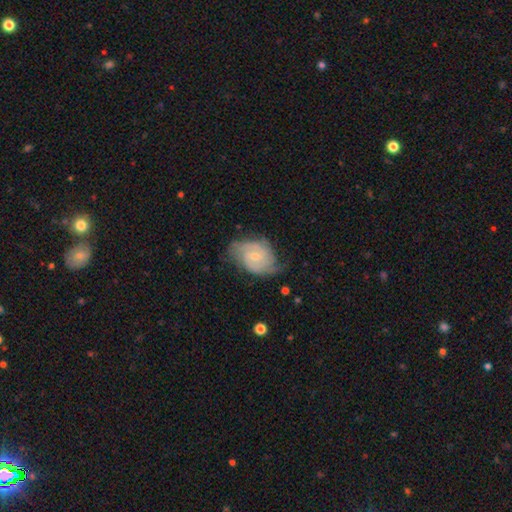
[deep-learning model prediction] Smooth or featured? Predicted: featured or disk (p=0.79). Edge-on disk? Predicted: no (p=0.97). Bar? Predicted: no (p=0.52). Spiral arms? Predicted: yes (p=0.94). Spiral winding? Predicted: tight (p=0.46). Spiral arm count? Predicted: 2 (p=0.68). Bulge size? Predicted: small (p=0.58). Merging? Predicted: none (p=0.62).